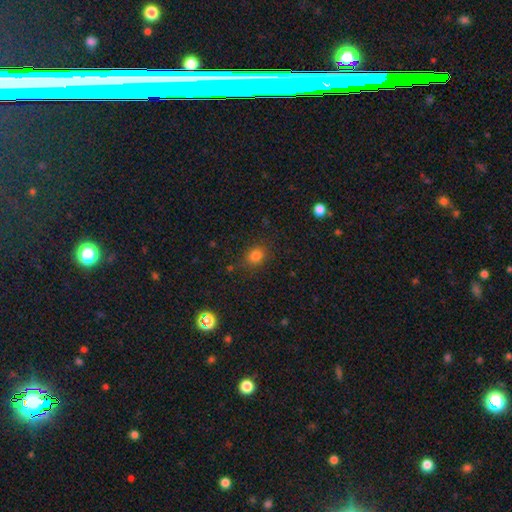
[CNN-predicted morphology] smooth_or_featured: smooth (p=0.80) [alt: star or artifact p=0.15]
how_rounded: round (p=0.65) [alt: in between p=0.33]
merging: none (p=0.81) [alt: minor disturbance p=0.13]